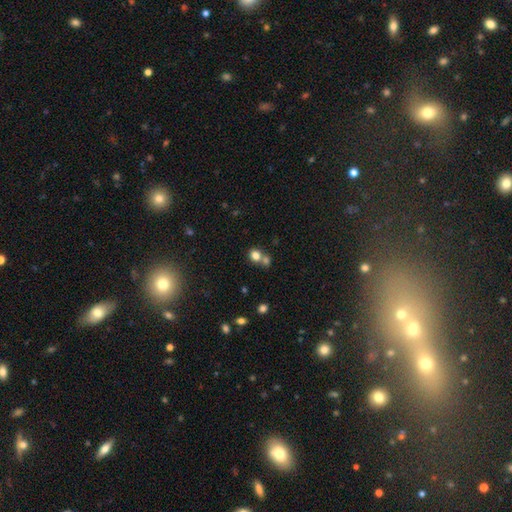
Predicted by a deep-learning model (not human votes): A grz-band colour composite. It shows a smooth galaxy with no disk features (78%) that is round (76%). Merging: none (46%).